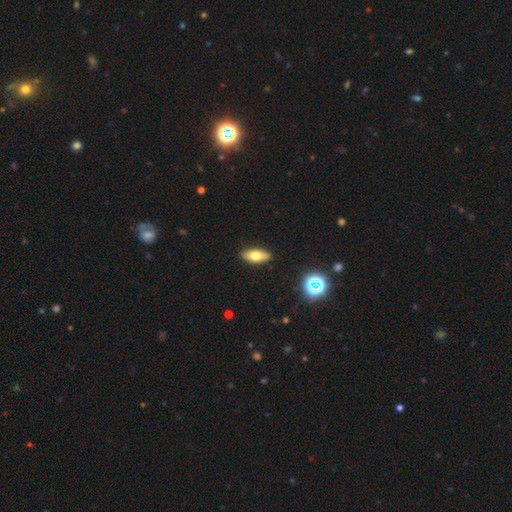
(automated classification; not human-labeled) This is likely a smooth galaxy (68%). How rounded: likely in between (75%). Merging: clearly none (89%).